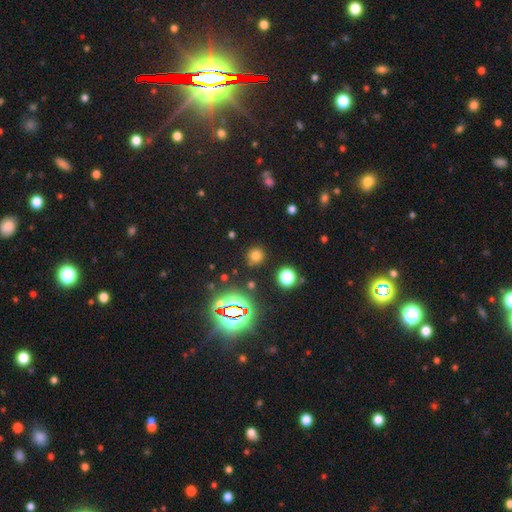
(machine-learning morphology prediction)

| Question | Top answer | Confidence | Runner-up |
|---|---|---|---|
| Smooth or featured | smooth | 67% | star or artifact (27%) |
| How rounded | round | 91% | in between (8%) |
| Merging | none | 86% | minor disturbance (8%) |